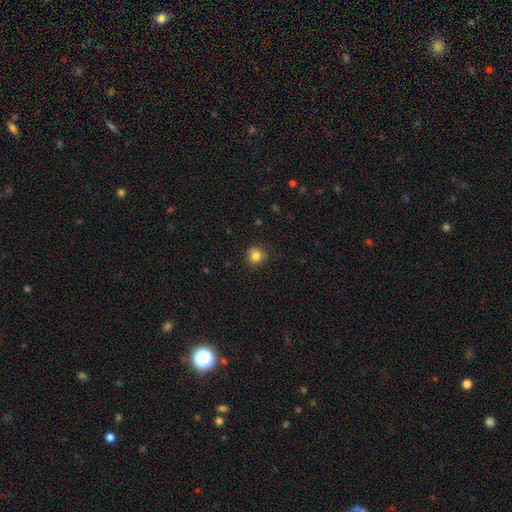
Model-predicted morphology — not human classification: Smooth or featured? Predicted: smooth (p=0.83). How rounded? Predicted: round (p=0.85). Merging? Predicted: none (p=0.82).